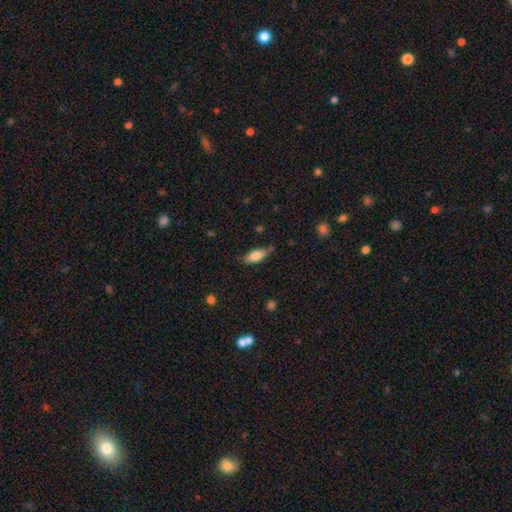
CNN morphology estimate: Smooth or featured? Predicted: smooth (p=0.77). How rounded? Predicted: in between (p=0.78). Merging? Predicted: none (p=0.70).